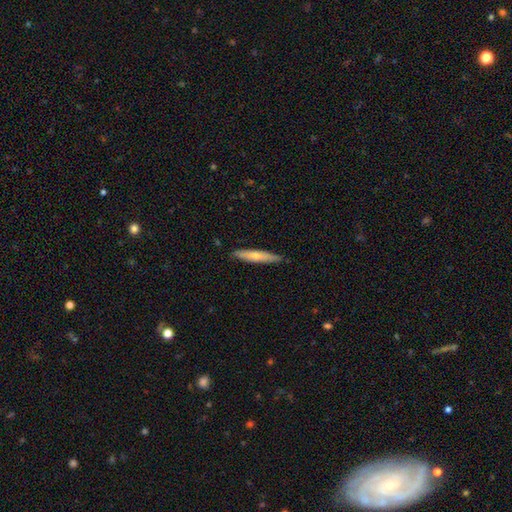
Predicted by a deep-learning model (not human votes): smooth-or-featured: smooth: 60% | featured or disk: 35% | star or artifact: 5%
  how-rounded: cigar-shaped: 90% | in between: 9% | round: 1%
  merging: none: 87% | minor disturbance: 11% | major disturbance: 2% | merger: 1%